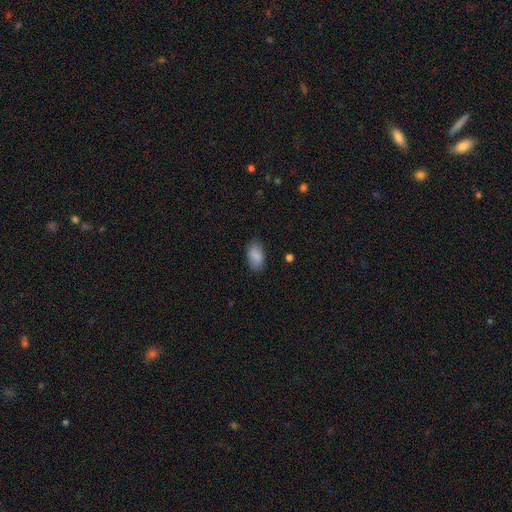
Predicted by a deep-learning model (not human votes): Morphology: type=smooth (88%); roundness=in between (93%); merging=none (83%).